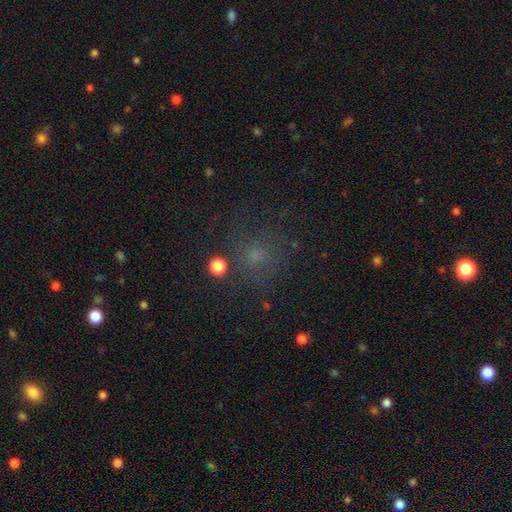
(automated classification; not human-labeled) smooth_or_featured: smooth (p=0.57) [alt: star or artifact p=0.33]
how_rounded: round (p=0.88) [alt: in between p=0.11]
merging: none (p=0.77) [alt: minor disturbance p=0.12]